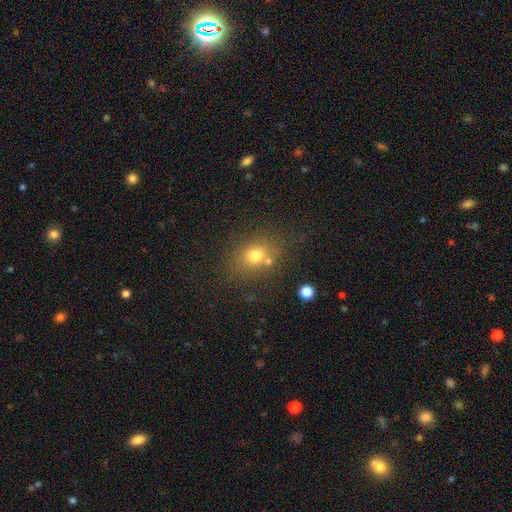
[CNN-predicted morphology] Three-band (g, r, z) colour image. It shows a smooth galaxy with no disk features (71%) that is round (56%). Merging: none (71%).